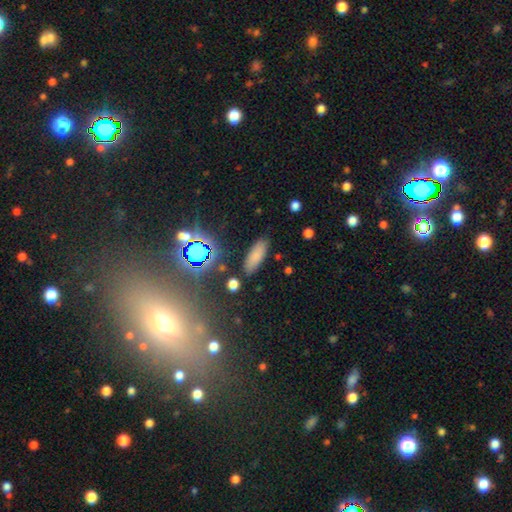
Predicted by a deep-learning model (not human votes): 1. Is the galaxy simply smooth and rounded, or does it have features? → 77% smooth, 14% star or artifact, 9% featured or disk.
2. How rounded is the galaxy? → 67% in between, 30% cigar-shaped, 3% round.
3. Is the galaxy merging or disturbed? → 85% none, 10% minor disturbance, 3% major disturbance, 2% merger.